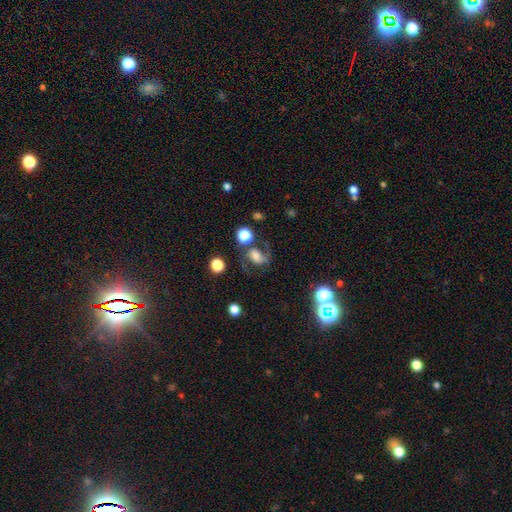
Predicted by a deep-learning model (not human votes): Smooth or featured? Predicted: featured or disk (p=0.58). Edge-on disk? Predicted: no (p=0.97). Bar? Predicted: no (p=0.43). Spiral arms? Predicted: yes (p=0.90). Spiral winding? Predicted: medium (p=0.48). Spiral arm count? Predicted: 2 (p=0.88). Bulge size? Predicted: large (p=0.33). Merging? Predicted: none (p=0.59).